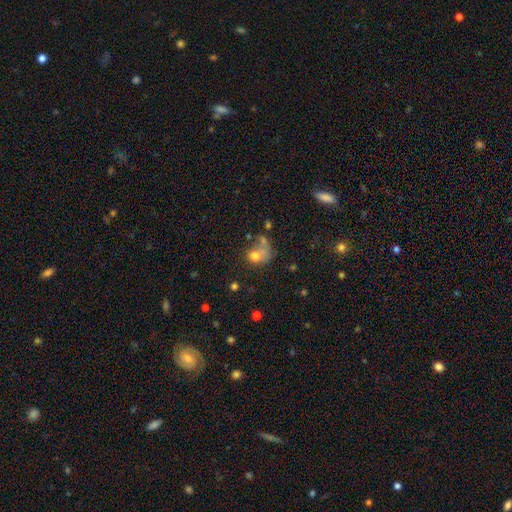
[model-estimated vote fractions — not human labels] smooth-or-featured: smooth: 67% | featured or disk: 20% | star or artifact: 14%
  how-rounded: round: 58% | in between: 41% | cigar-shaped: 1%
  merging: none: 29% | merger: 28% | major disturbance: 27% | minor disturbance: 17%